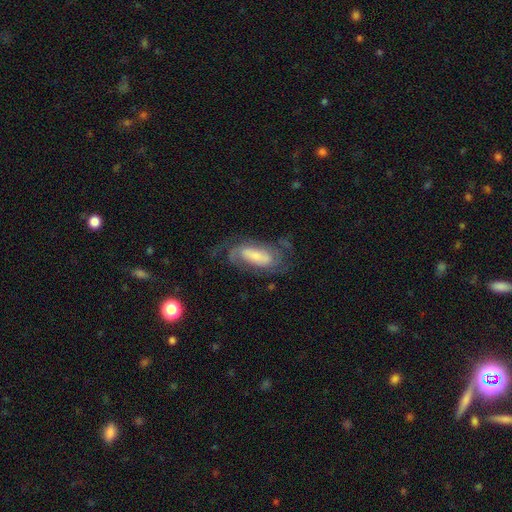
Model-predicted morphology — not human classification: featured or disk 69%, smooth 23%, star or artifact 7%. Down the decision tree: edge-on disk — no (91%); bar — no (42%); spiral arms — yes (90%); spiral arm count — 2 (53%); spiral winding — medium (43%); bulge size — small (43%); merging — none (57%).